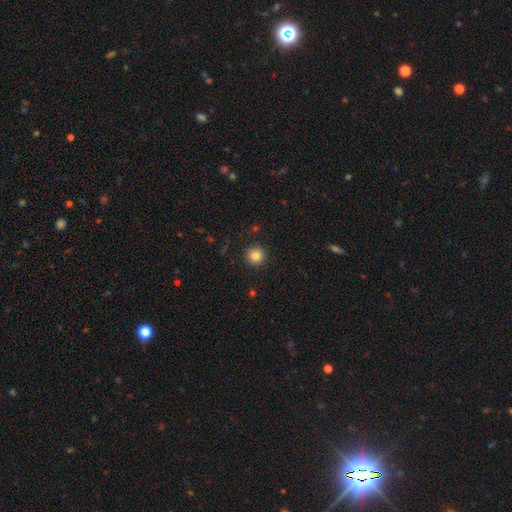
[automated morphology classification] Smooth or featured: smooth — 83% (star or artifact — 11%)
How rounded: round — 95% (in between — 4%)
Merging: none — 92% (minor disturbance — 5%)